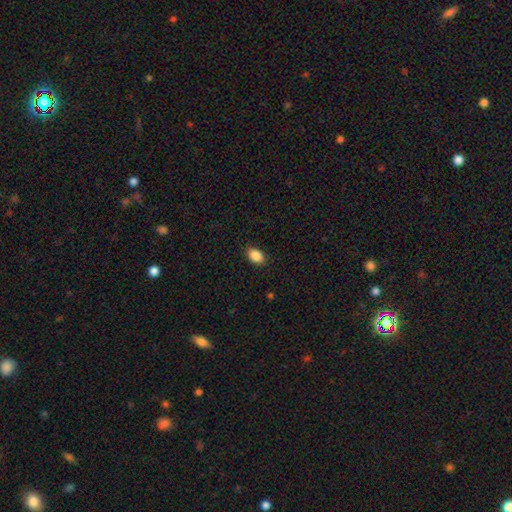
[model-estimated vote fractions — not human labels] This is clearly a smooth galaxy (88%). How rounded: clearly in between (86%). Merging: clearly none (88%).